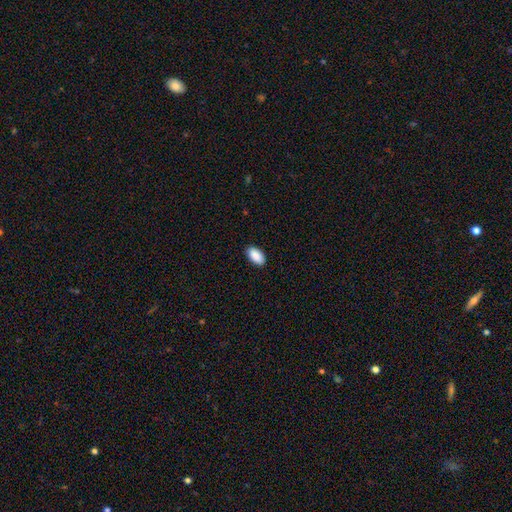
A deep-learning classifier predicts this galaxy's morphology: Smooth or featured: smooth — 90% (star or artifact — 6%)
How rounded: in between — 95% (round — 3%)
Merging: none — 89% (minor disturbance — 8%)